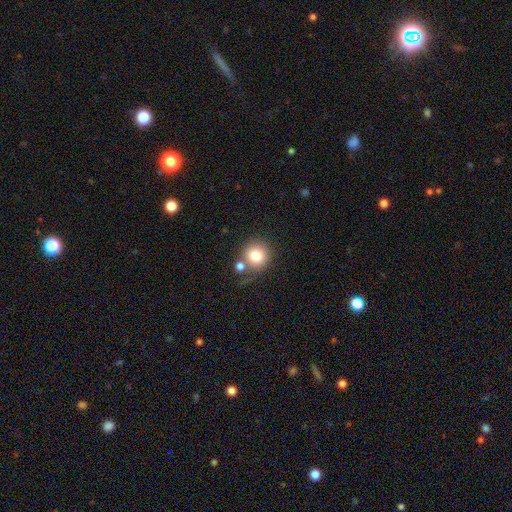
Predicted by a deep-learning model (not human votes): Q: Smooth or featured?
A: smooth (80%); runner-up: featured or disk (10%)
Q: How rounded?
A: round (92%); runner-up: in between (7%)
Q: Merging?
A: none (62%); runner-up: merger (21%)